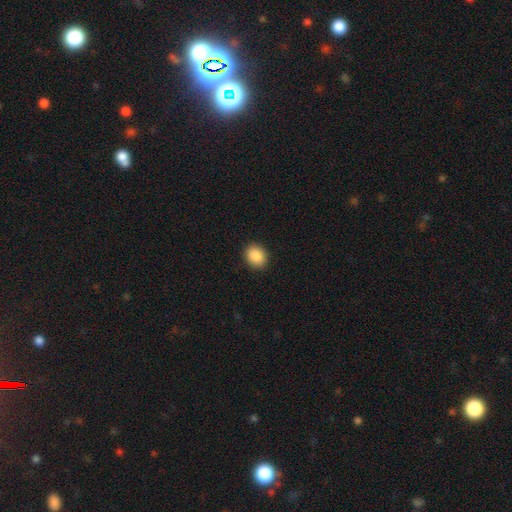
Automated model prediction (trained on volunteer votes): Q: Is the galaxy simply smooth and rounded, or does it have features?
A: smooth — 89%.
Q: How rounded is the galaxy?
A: round — 52%.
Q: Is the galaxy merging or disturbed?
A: none — 90%.